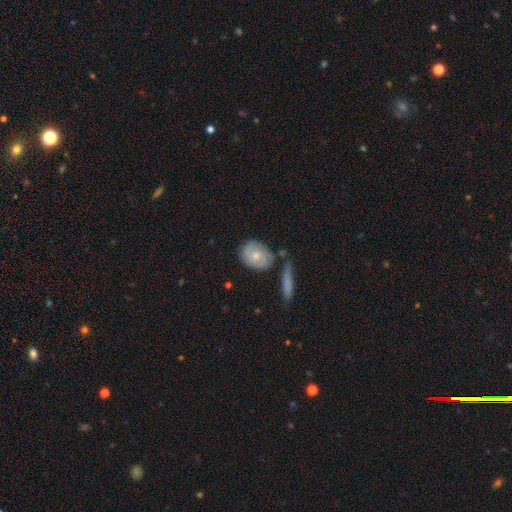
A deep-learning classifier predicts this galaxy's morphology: smooth 62%, featured or disk 32%, star or artifact 6%. Down the decision tree: how rounded — in between (51%); merging — none (66%).